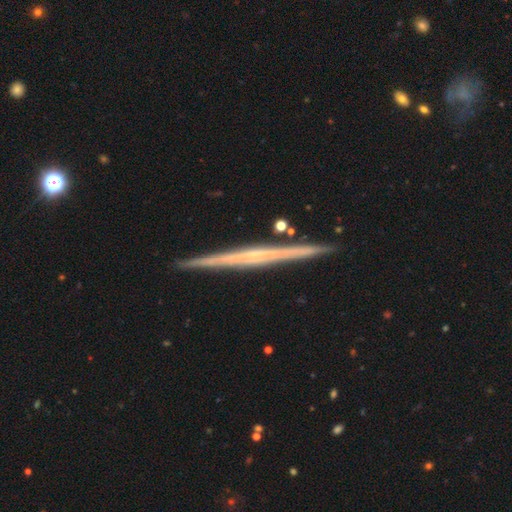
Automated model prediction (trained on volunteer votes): smooth_or_featured: featured or disk (p=0.76) [alt: smooth p=0.19]
disk_edge_on: yes (p=0.98) [alt: no p=0.02]
edge_on_bulge: none (p=0.69) [alt: rounded p=0.23]
merging: none (p=0.91) [alt: minor disturbance p=0.06]